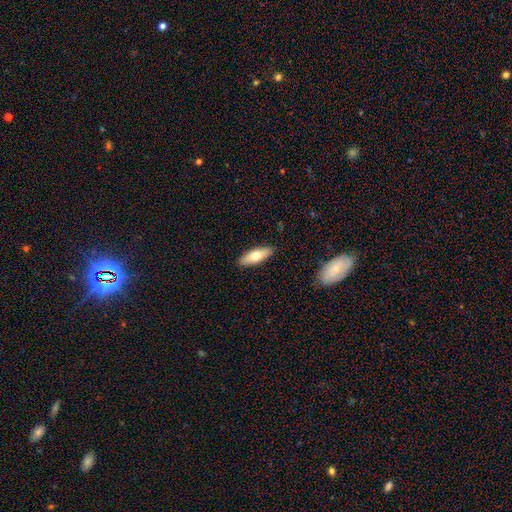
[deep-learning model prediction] This is likely a smooth galaxy (67%). How rounded: likely in between (62%). Merging: clearly none (90%).